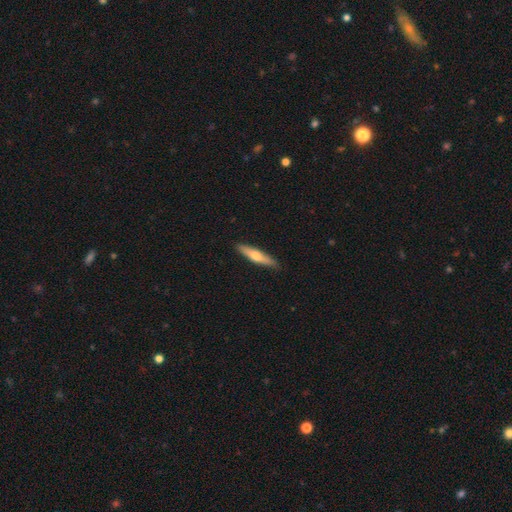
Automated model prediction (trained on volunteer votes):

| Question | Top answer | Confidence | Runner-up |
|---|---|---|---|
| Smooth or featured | smooth | 54% | featured or disk (40%) |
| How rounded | cigar-shaped | 85% | in between (13%) |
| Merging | none | 90% | minor disturbance (8%) |